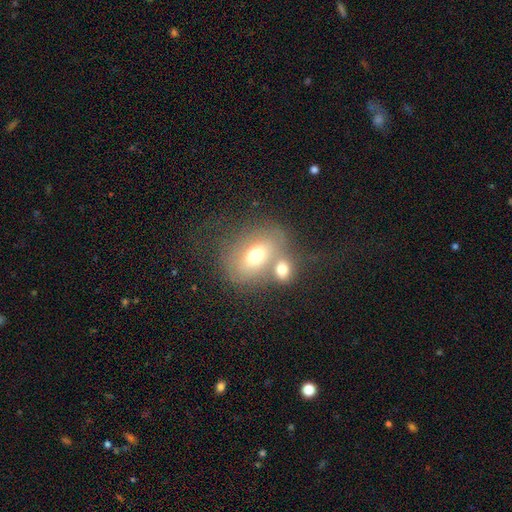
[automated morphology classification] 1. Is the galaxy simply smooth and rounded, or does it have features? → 60% smooth, 30% featured or disk, 10% star or artifact.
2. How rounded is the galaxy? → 66% in between, 32% round, 2% cigar-shaped.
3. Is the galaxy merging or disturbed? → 46% merger, 33% none, 12% minor disturbance, 9% major disturbance.